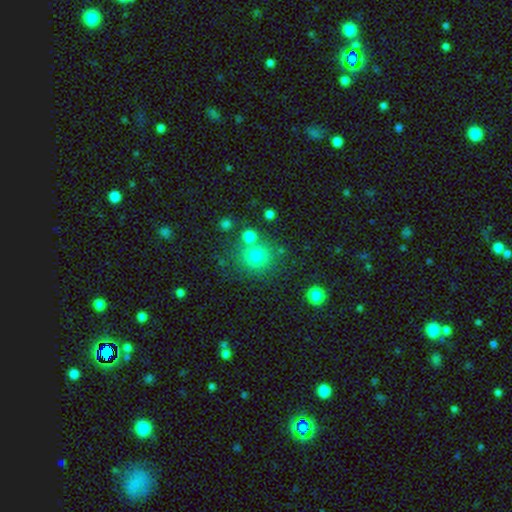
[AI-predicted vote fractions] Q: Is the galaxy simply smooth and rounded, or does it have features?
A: smooth — 77%.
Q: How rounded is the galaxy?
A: round — 90%.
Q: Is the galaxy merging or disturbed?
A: none — 73%.